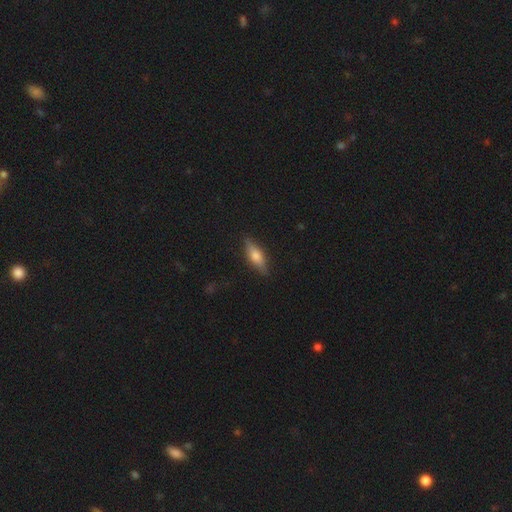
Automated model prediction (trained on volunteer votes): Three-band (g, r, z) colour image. It shows a smooth galaxy with no disk features (50%). Merging: none (84%).